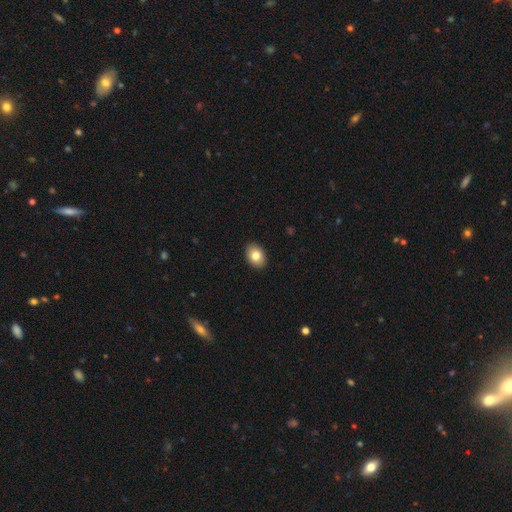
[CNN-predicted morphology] smooth_or_featured: smooth (p=0.82) [alt: featured or disk p=0.10]
how_rounded: in between (p=0.78) [alt: round p=0.21]
merging: none (p=0.91) [alt: minor disturbance p=0.07]